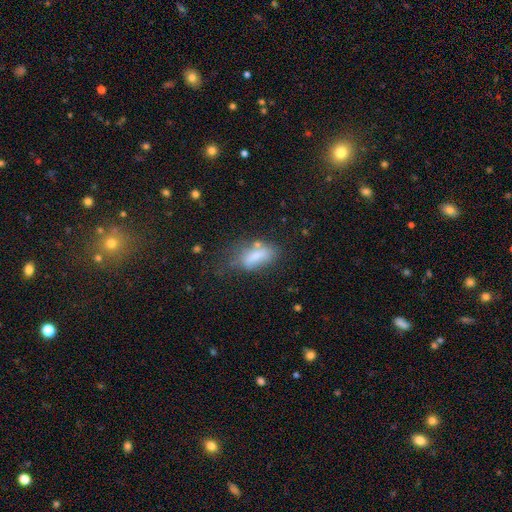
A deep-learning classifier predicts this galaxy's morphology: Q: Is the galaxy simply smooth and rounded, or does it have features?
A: smooth — 71%.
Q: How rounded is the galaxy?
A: in between — 84%.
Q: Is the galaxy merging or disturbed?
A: none — 37%.